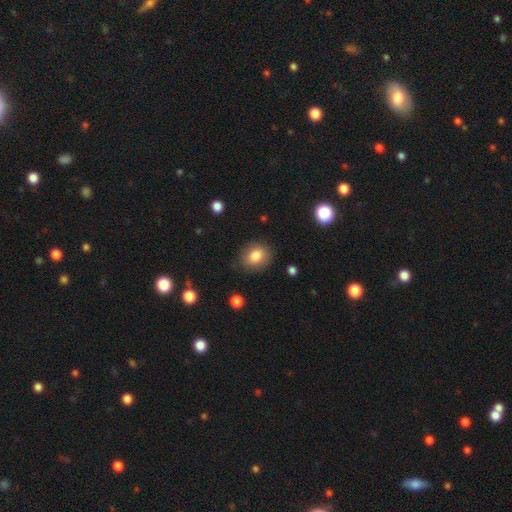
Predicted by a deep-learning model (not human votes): smooth 83%, star or artifact 9%, featured or disk 8%. Down the decision tree: how rounded — round (55%); merging — none (83%).